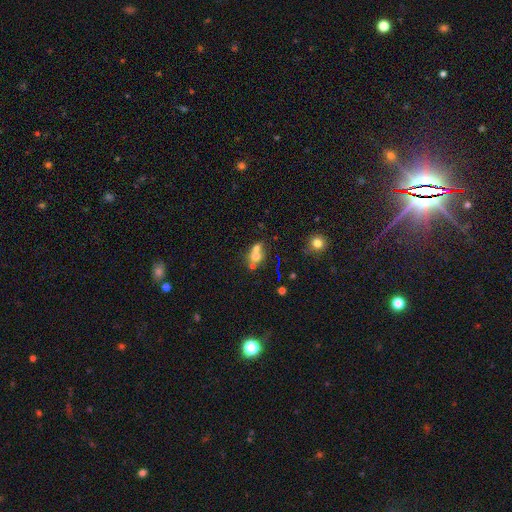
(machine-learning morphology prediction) Smooth or featured? smooth (62%)
How rounded? round (67%)
Merging? merger (59%)